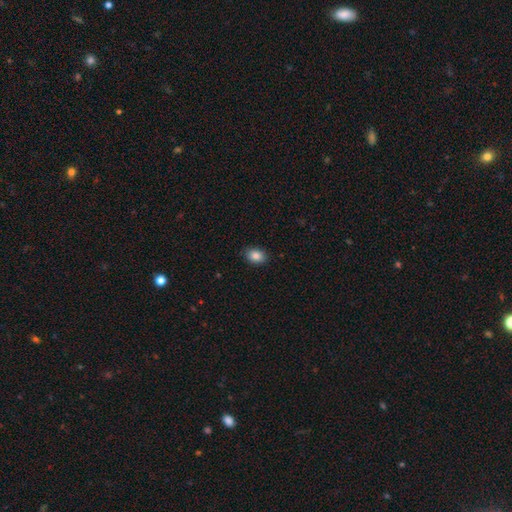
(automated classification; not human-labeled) smooth-or-featured: smooth: 86% | star or artifact: 9% | featured or disk: 5%
  how-rounded: in between: 72% | round: 27% | cigar-shaped: 1%
  merging: none: 88% | minor disturbance: 9% | major disturbance: 2% | merger: 1%